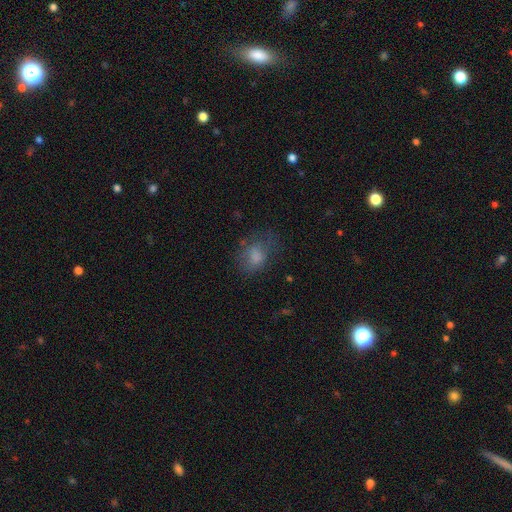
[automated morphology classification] Smooth or featured: smooth — 71% (featured or disk — 17%)
How rounded: in between — 63% (round — 36%)
Merging: none — 53% (minor disturbance — 25%)